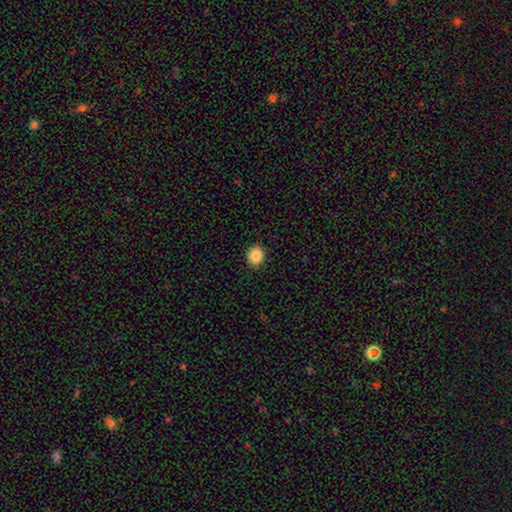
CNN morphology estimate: A smooth galaxy with no disk features (86%) that is round (70%). Merging: none (91%).